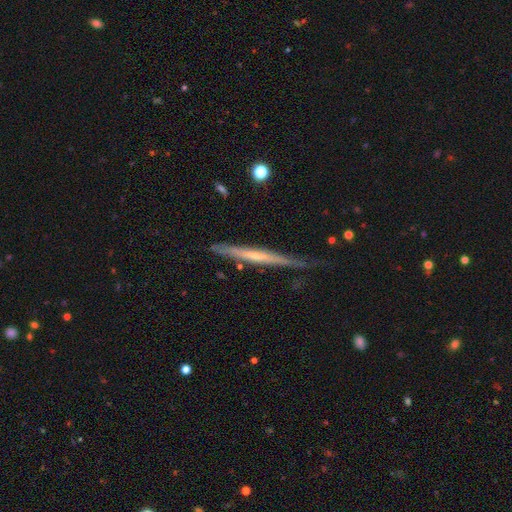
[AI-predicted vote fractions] A featured or disk galaxy (65%) viewed edge-on (95%) with no central bulge (64%). Merging: none (69%).